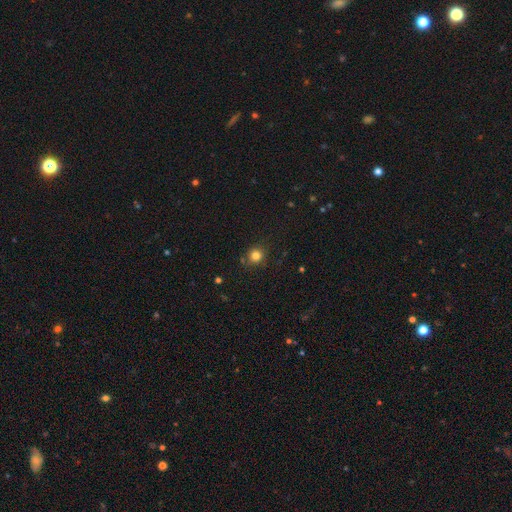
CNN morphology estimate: Overall: smooth (81%). How rounded: round (91%). Merging: none (85%).